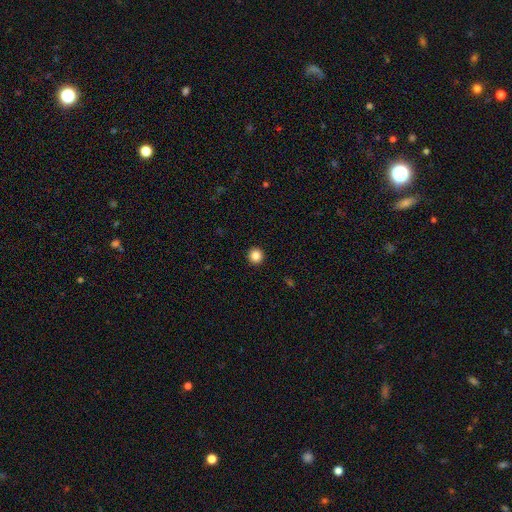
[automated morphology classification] Overall: smooth (86%). How rounded: round (95%). Merging: none (94%).